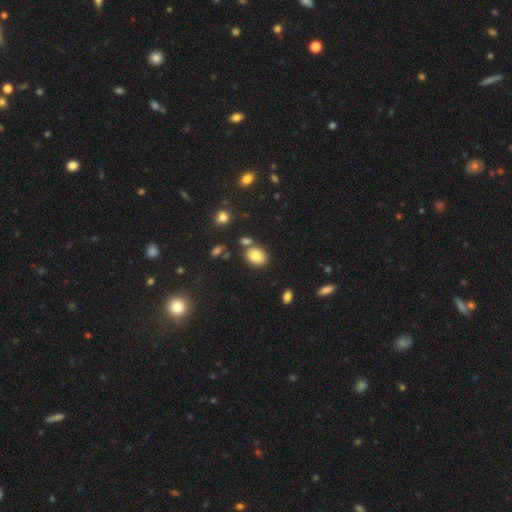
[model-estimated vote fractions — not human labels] A smooth galaxy with no disk features (81%) that is in between round and cigar-shaped (73%).

Vote fractions:
- Smooth or featured? smooth: 81% / star or artifact: 10% / featured or disk: 10%
- How rounded? in between: 73% / round: 26% / cigar-shaped: 1%
- Merging? none: 69% / merger: 15% / minor disturbance: 12% / major disturbance: 3%